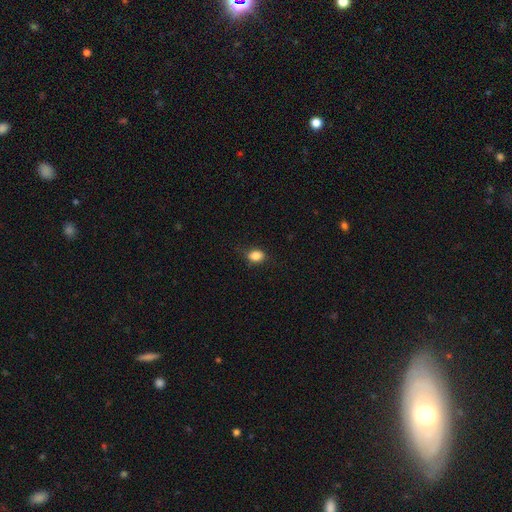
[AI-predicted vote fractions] Morphology: type=smooth (85%); roundness=in between (63%); merging=none (74%).